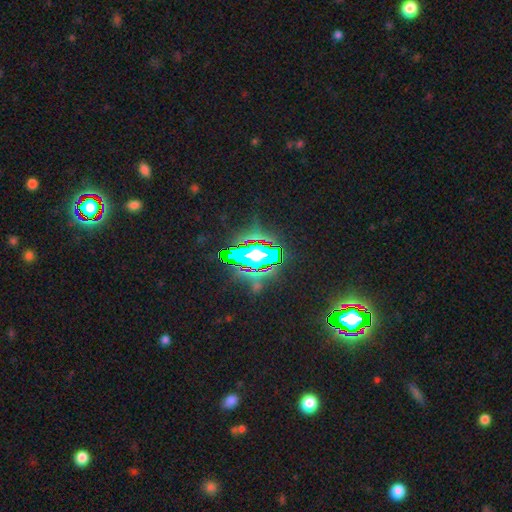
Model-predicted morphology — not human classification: Smooth or featured? Predicted: star or artifact (p=0.63).